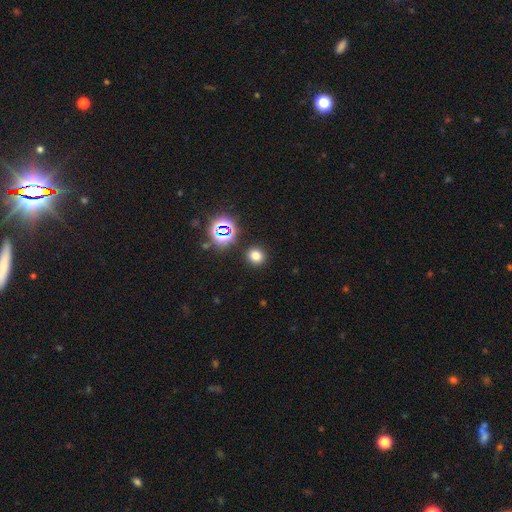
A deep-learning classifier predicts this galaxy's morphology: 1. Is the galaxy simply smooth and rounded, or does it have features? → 72% smooth, 22% star or artifact, 6% featured or disk.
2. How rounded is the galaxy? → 87% round, 12% in between, 1% cigar-shaped.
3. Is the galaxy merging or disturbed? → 89% none, 6% minor disturbance, 2% major disturbance, 2% merger.